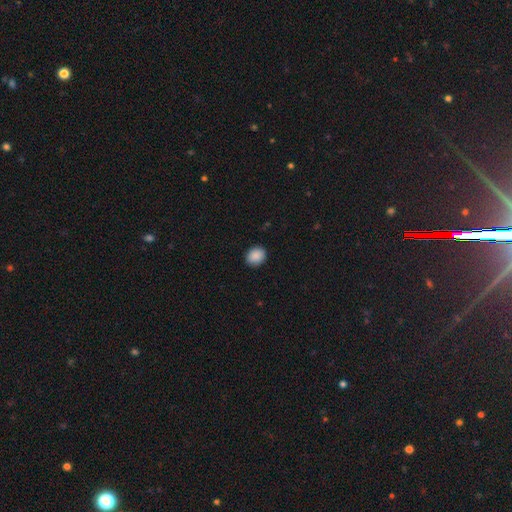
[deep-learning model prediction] The model was most divided on "how rounded": round: 56%, in between: 43%, cigar-shaped: 1%. More confident: merging — none (89%); smooth or featured — smooth (89%).